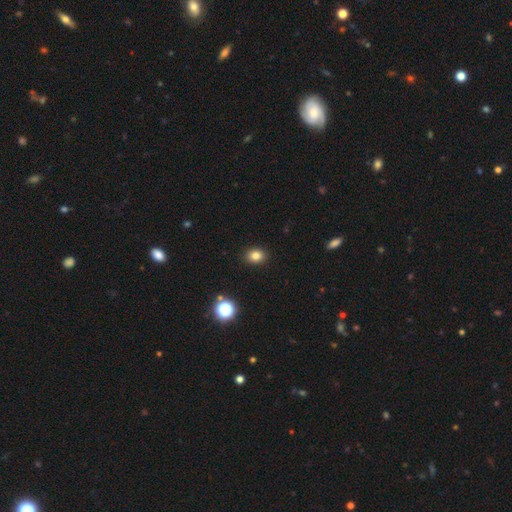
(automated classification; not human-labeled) A smooth galaxy with no disk features (81%) that is in between round and cigar-shaped (54%). Merging: none (90%).